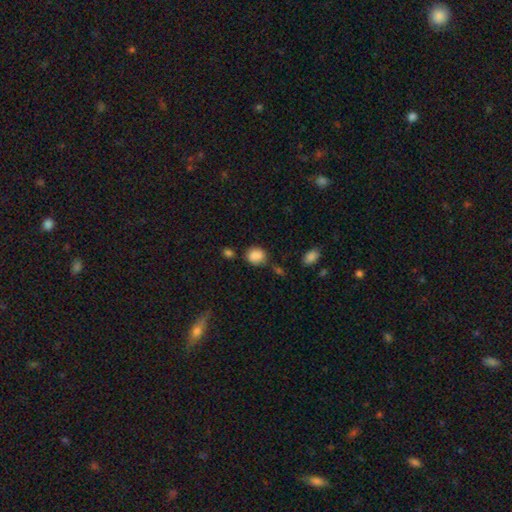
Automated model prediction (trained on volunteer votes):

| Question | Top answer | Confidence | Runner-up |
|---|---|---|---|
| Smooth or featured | smooth | 86% | star or artifact (9%) |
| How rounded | round | 67% | in between (32%) |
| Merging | none | 70% | minor disturbance (19%) |